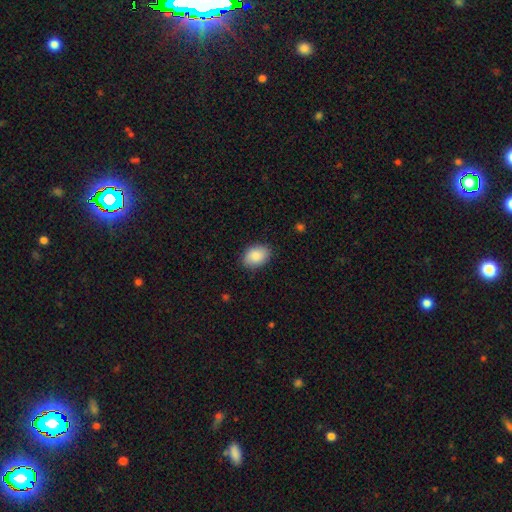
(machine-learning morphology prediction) smooth 88%, star or artifact 7%, featured or disk 5%. Down the decision tree: how rounded — in between (81%); merging — none (85%).